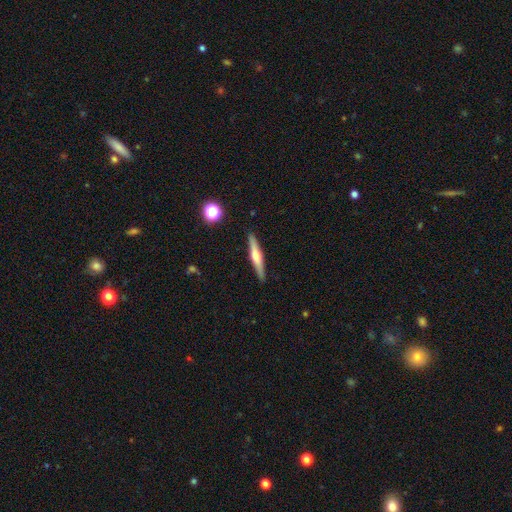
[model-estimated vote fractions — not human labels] Smooth or featured? featured or disk (58%)
Edge-on disk? yes (96%)
Edge-on bulge? rounded (84%)
Merging? none (90%)